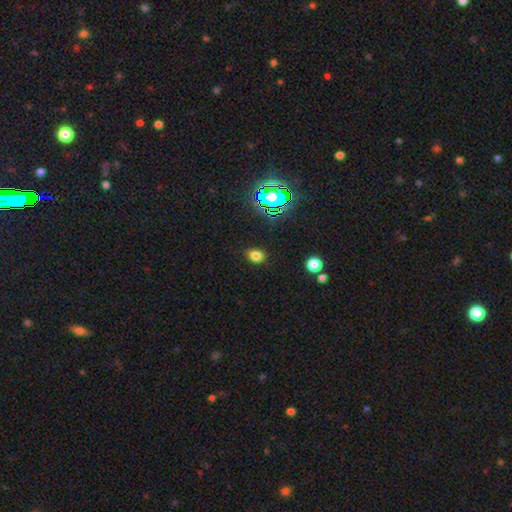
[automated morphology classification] Overall: smooth (75%). How rounded: in between (61%; round 38%). Merging: none (86%).